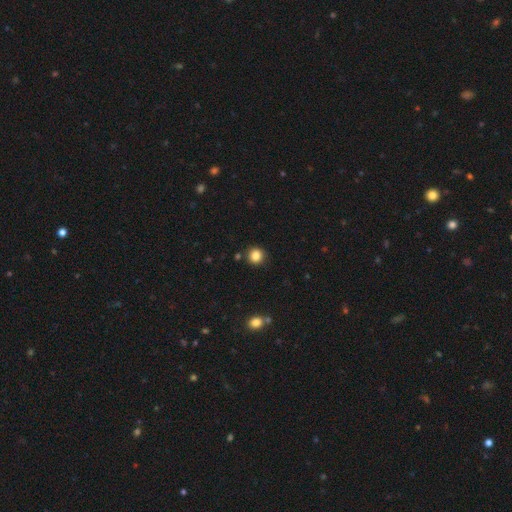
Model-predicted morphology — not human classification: This is clearly a smooth galaxy (85%). How rounded: clearly round (92%). Merging: clearly none (88%).